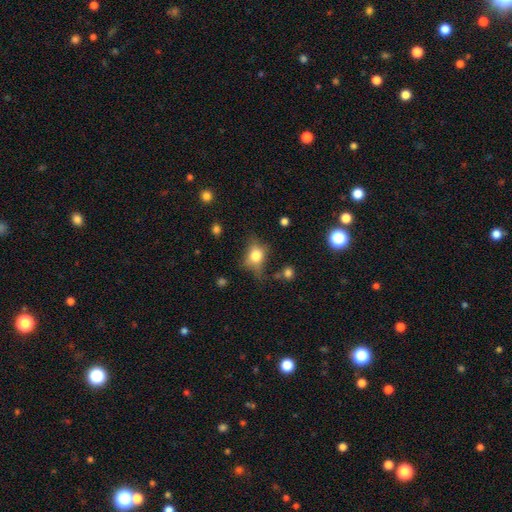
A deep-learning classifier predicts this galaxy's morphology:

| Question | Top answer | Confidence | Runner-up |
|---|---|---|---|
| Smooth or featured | smooth | 69% | featured or disk (20%) |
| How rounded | in between | 57% | round (40%) |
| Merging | none | 56% | minor disturbance (27%) |